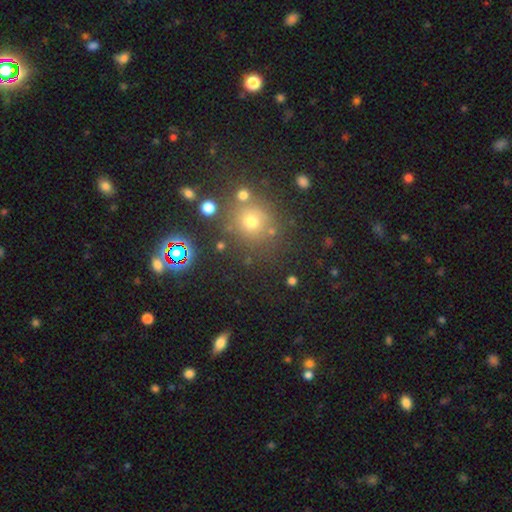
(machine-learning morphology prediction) Smooth or featured?
  - smooth: 48% *
  - star or artifact: 43%
  - featured or disk: 9%
Merging?
  - none: 79% *
  - minor disturbance: 9%
  - merger: 8%
  - major disturbance: 4%